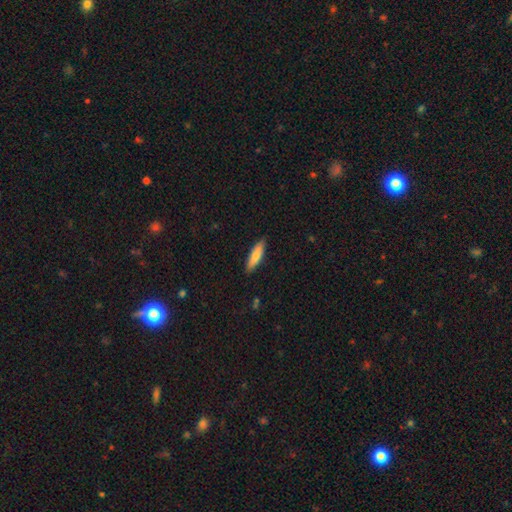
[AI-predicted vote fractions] Overall: smooth (76%). How rounded: cigar-shaped (68%; in between 31%). Merging: none (88%).